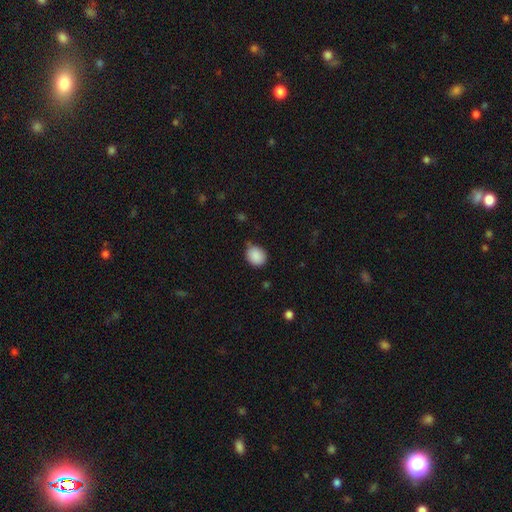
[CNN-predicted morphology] smooth 89%, star or artifact 8%, featured or disk 3%. Down the decision tree: how rounded — round (64%); merging — none (72%).